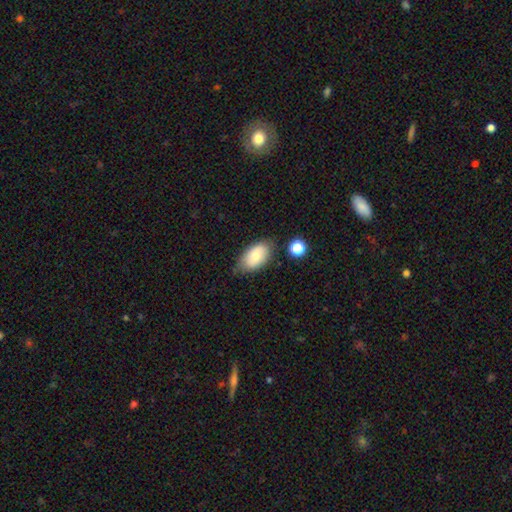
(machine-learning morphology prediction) Smooth or featured?
  - smooth: 74% *
  - featured or disk: 18%
  - star or artifact: 8%
How rounded?
  - in between: 93% *
  - round: 5%
  - cigar-shaped: 2%
Merging?
  - none: 71% *
  - minor disturbance: 21%
  - major disturbance: 4%
  - merger: 4%